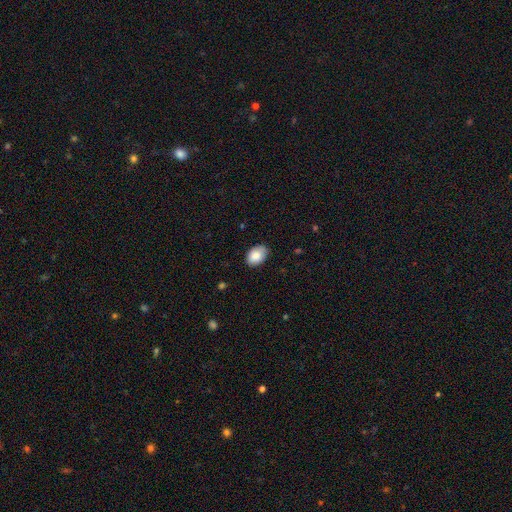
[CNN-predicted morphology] This is clearly a smooth galaxy (85%). How rounded: clearly in between (84%). Merging: likely none (79%).